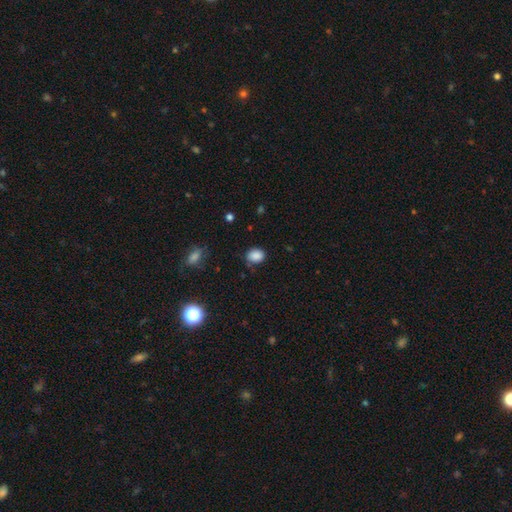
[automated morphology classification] Q: Smooth or featured?
A: smooth (86%); runner-up: star or artifact (10%)
Q: How rounded?
A: in between (52%); runner-up: round (47%)
Q: Merging?
A: none (76%); runner-up: minor disturbance (18%)